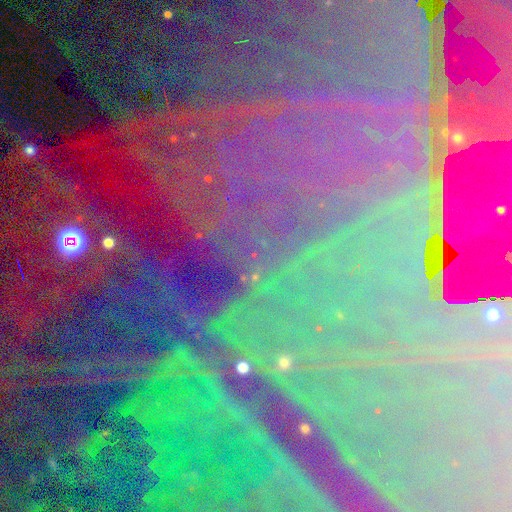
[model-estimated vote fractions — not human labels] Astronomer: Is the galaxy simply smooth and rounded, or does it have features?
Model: star or artifact — 86%.